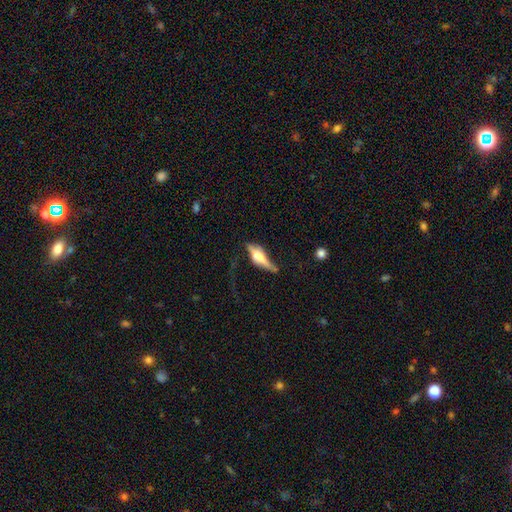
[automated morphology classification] The model was most divided on "smooth or featured": featured or disk: 51%, smooth: 41%, star or artifact: 8%. Remaining: edge-on disk — yes (81%); merging — none (38%).